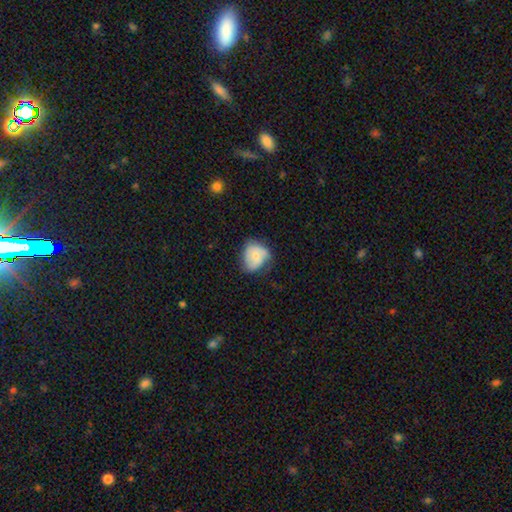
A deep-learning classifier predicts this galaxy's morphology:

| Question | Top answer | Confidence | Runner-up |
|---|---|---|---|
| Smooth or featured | smooth | 56% | featured or disk (36%) |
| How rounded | round | 59% | in between (41%) |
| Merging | none | 45% | minor disturbance (38%) |